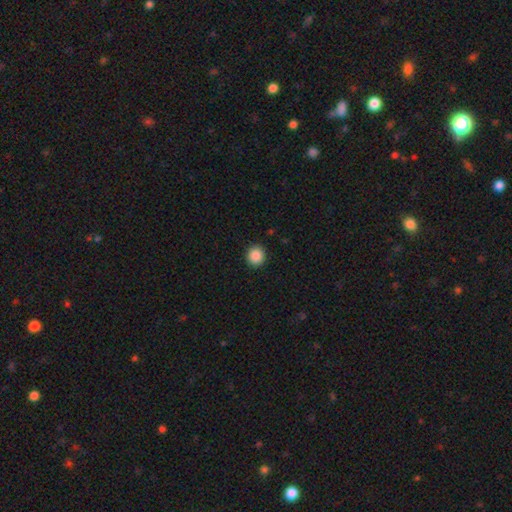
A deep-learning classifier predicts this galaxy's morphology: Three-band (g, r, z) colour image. It shows a smooth galaxy with no disk features (88%) that is round (86%). Merging: none (92%).